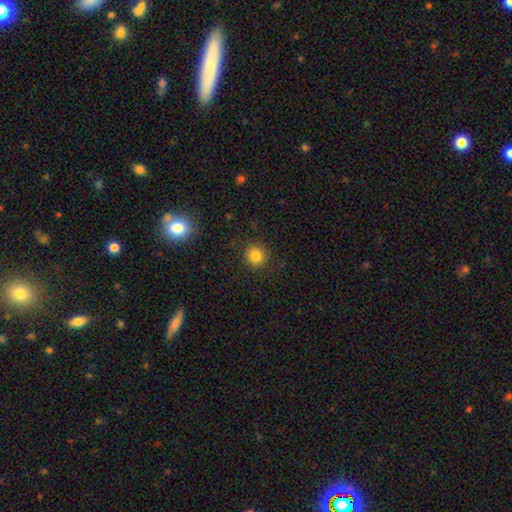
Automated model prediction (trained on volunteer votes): smooth-or-featured: smooth: 83% | star or artifact: 12% | featured or disk: 5%
  how-rounded: round: 93% | in between: 6% | cigar-shaped: 1%
  merging: none: 90% | minor disturbance: 6% | major disturbance: 2% | merger: 1%